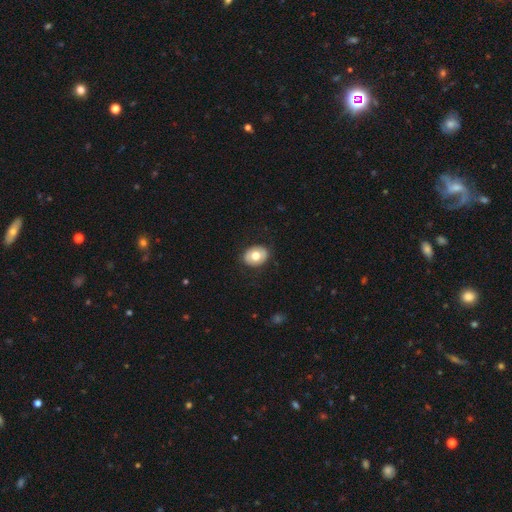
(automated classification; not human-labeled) Smooth or featured? Predicted: smooth (p=0.68). How rounded? Predicted: in between (p=0.54). Merging? Predicted: none (p=0.86).